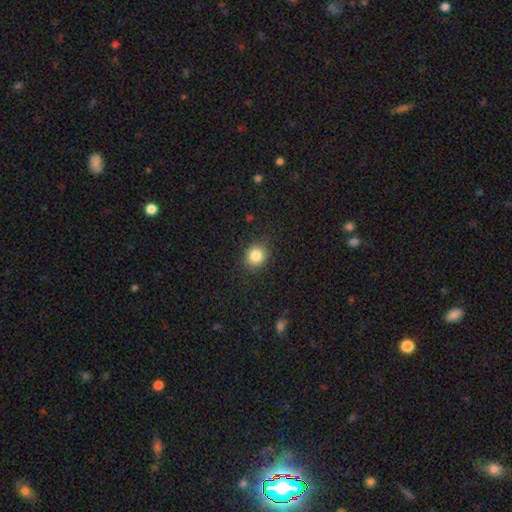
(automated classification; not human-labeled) This is clearly a smooth galaxy (84%). How rounded: clearly round (82%). Merging: clearly none (88%).